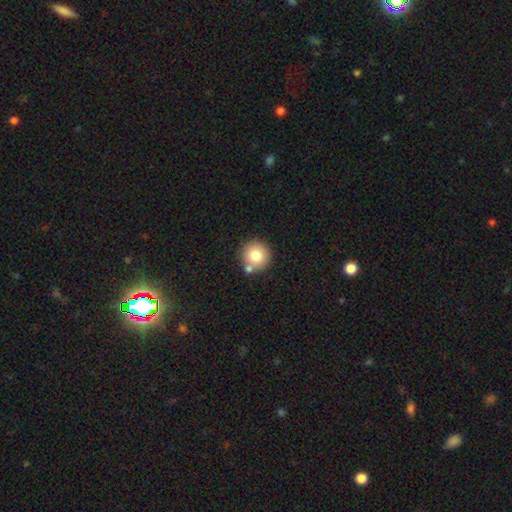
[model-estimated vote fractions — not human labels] This appears to be a smooth galaxy with no disk features (80%) that is round (93%). Merging: none (70%).